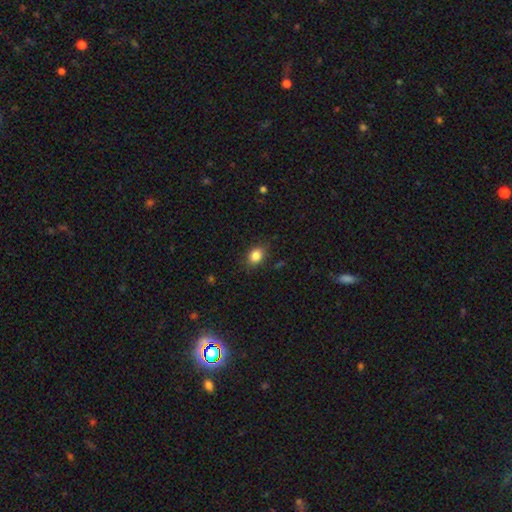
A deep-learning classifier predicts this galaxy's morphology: Overall: smooth (84%). How rounded: in between (63%; round 36%). Merging: none (82%).